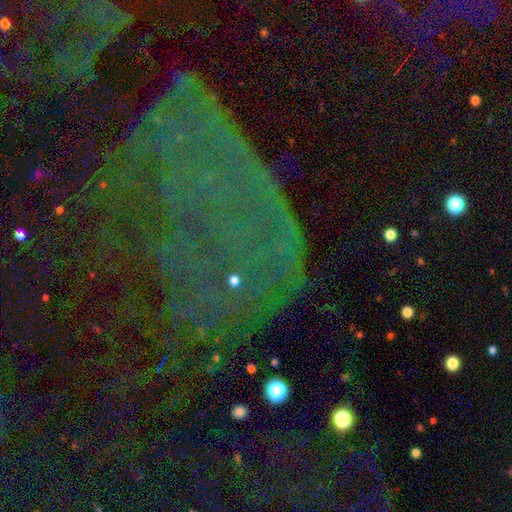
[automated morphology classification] smooth_or_featured: star or artifact (p=0.70) [alt: featured or disk p=0.17]